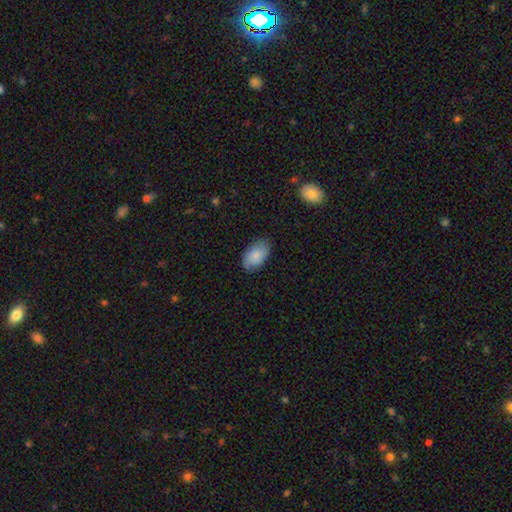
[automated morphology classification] smooth 82%, featured or disk 12%, star or artifact 6%. Down the decision tree: how rounded — in between (93%); merging — none (82%).